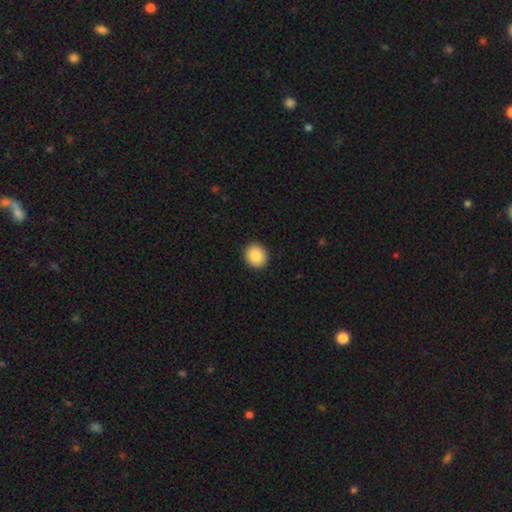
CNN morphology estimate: Q: Smooth or featured?
A: smooth (87%); runner-up: star or artifact (8%)
Q: How rounded?
A: round (81%); runner-up: in between (18%)
Q: Merging?
A: none (92%); runner-up: minor disturbance (5%)